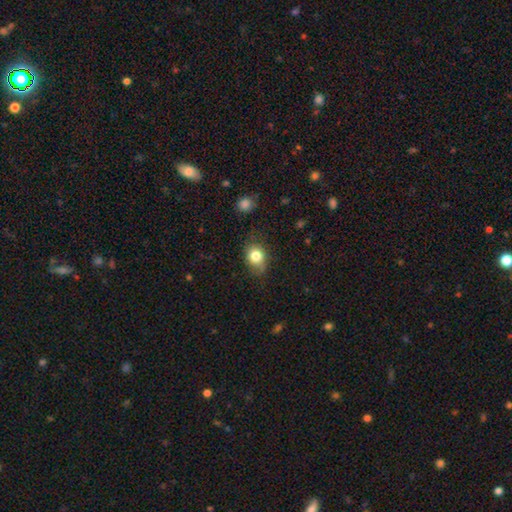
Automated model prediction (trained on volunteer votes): Q: Smooth or featured?
A: smooth (80%); runner-up: star or artifact (10%)
Q: How rounded?
A: round (57%); runner-up: in between (42%)
Q: Merging?
A: none (68%); runner-up: minor disturbance (24%)